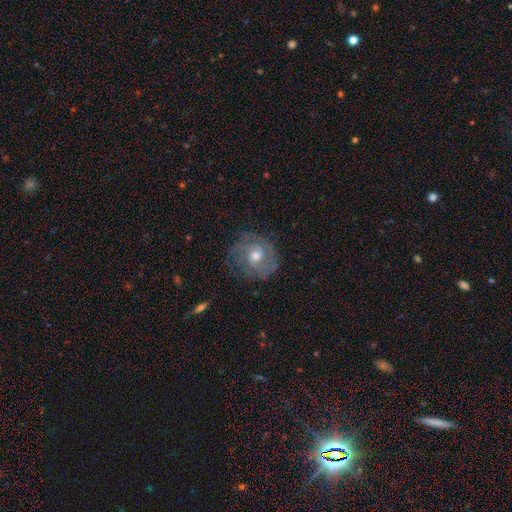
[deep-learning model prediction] A featured or disk galaxy (67%) with no bar (68%), tight (50%) spiral arms (84%) and a moderate central bulge (71%).

Vote fractions:
- Smooth or featured? featured or disk: 67% / smooth: 24% / star or artifact: 9%
- Edge-on disk? no: 97% / yes: 3%
- Bar? no: 68% / weak: 27% / strong: 4%
- Spiral arms? yes: 84% / no: 16%
- Spiral winding? tight: 50% / medium: 36% / loose: 13%
- Spiral arm count? can't tell: 37% / 2: 29% / 3: 17% / 1: 6% / 4: 6% / more than 4: 4%
- Bulge size? moderate: 71% / small: 21% / large: 6% / none: 1% / dominant: 1%
- Merging? none: 72% / minor disturbance: 18% / major disturbance: 9% / merger: 1%